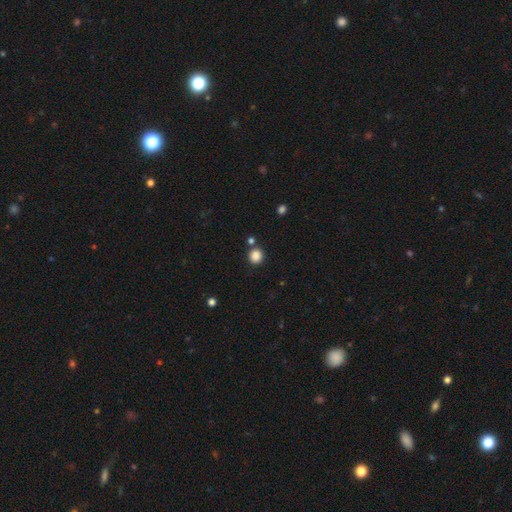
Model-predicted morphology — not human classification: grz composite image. It shows a smooth galaxy with no disk features (86%) that is round (91%). Merging: none (82%).